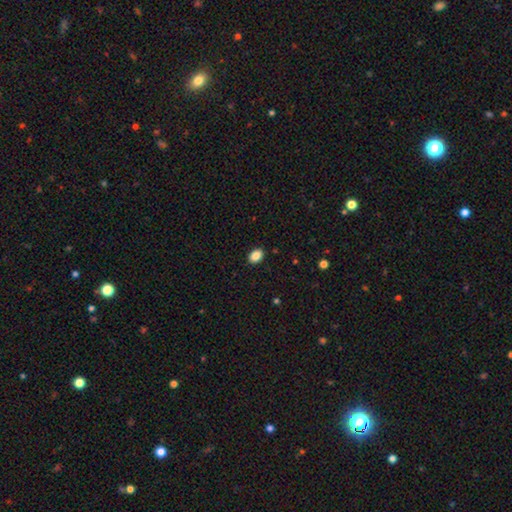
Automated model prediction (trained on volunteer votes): Smooth or featured? smooth (88%)
How rounded? in between (77%)
Merging? none (90%)